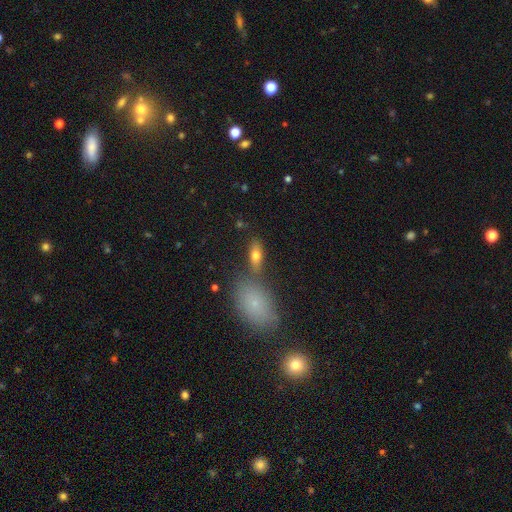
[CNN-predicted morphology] Smooth or featured? smooth (70%)
How rounded? in between (77%)
Merging? none (66%)